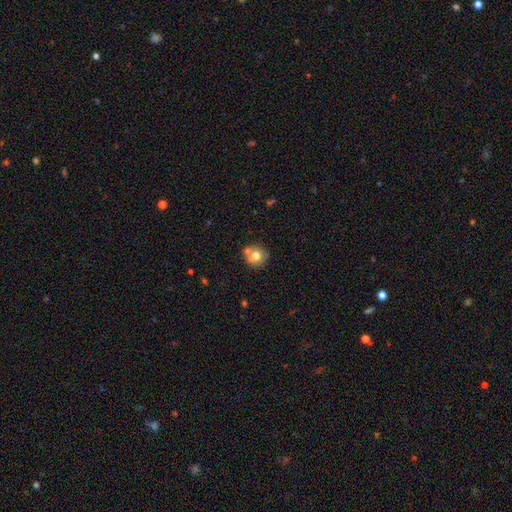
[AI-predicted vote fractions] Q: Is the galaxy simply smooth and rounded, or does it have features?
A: smooth — 67%.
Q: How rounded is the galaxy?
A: round — 83%.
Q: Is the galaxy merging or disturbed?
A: none — 57%.